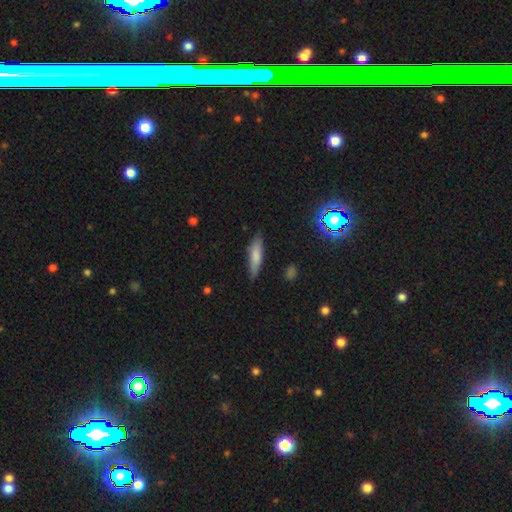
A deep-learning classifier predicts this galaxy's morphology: smooth 76%, featured or disk 17%, star or artifact 7%. Down the decision tree: how rounded — cigar-shaped (65%); merging — none (81%).